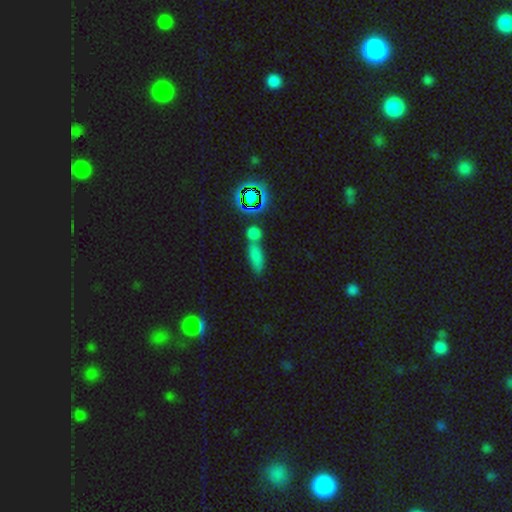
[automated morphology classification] A smooth galaxy with no disk features (68%) that is in between round and cigar-shaped (61%).

Vote fractions:
- Smooth or featured? smooth: 68% / star or artifact: 21% / featured or disk: 11%
- How rounded? in between: 61% / cigar-shaped: 30% / round: 9%
- Merging? none: 47% / merger: 35% / minor disturbance: 12% / major disturbance: 6%